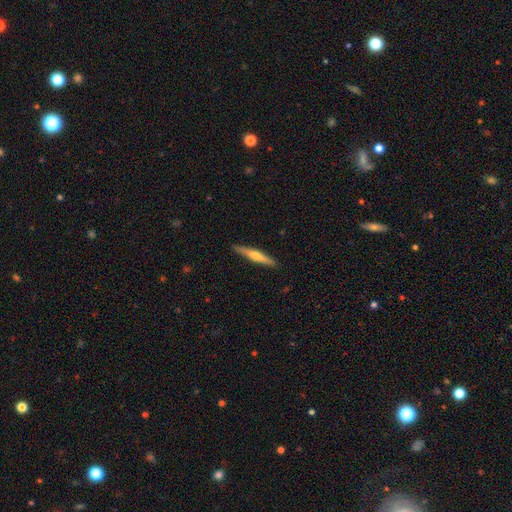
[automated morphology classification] This is possibly a featured or disk galaxy (53%). It is clearly viewed edge-on (96%). Edge-on bulge: clearly rounded (85%). Merging: clearly none (90%).